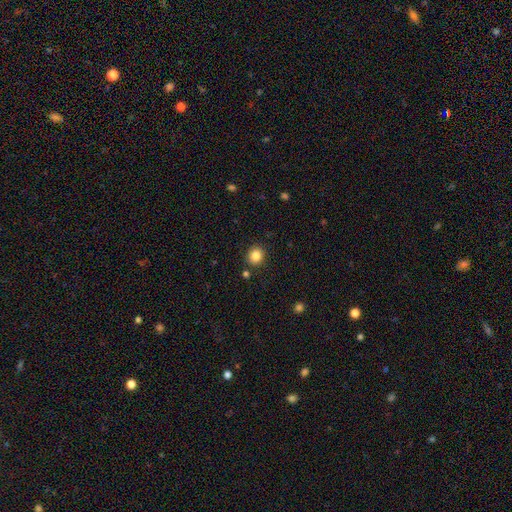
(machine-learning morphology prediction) Q: Smooth or featured?
A: smooth (85%); runner-up: star or artifact (11%)
Q: How rounded?
A: round (80%); runner-up: in between (19%)
Q: Merging?
A: none (88%); runner-up: minor disturbance (7%)